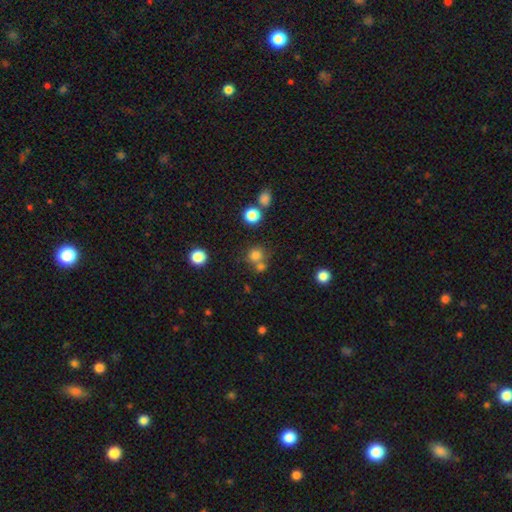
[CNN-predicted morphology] A smooth galaxy with no disk features (67%) that is round (89%).

Vote fractions:
- Smooth or featured? smooth: 67% / star or artifact: 24% / featured or disk: 9%
- How rounded? round: 89% / in between: 10% / cigar-shaped: 1%
- Merging? none: 63% / merger: 26% / minor disturbance: 7% / major disturbance: 4%